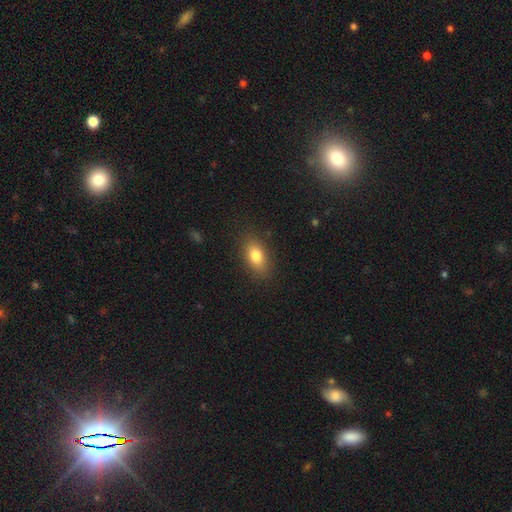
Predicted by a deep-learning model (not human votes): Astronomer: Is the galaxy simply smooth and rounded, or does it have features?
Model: smooth — 81%.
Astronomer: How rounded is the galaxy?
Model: in between — 85%.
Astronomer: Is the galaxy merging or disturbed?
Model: none — 85%.